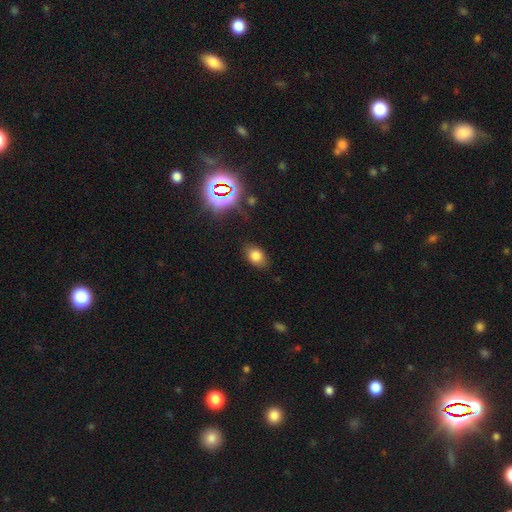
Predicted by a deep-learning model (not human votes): smooth 77%, star or artifact 15%, featured or disk 8%. Down the decision tree: how rounded — in between (74%); merging — none (80%).